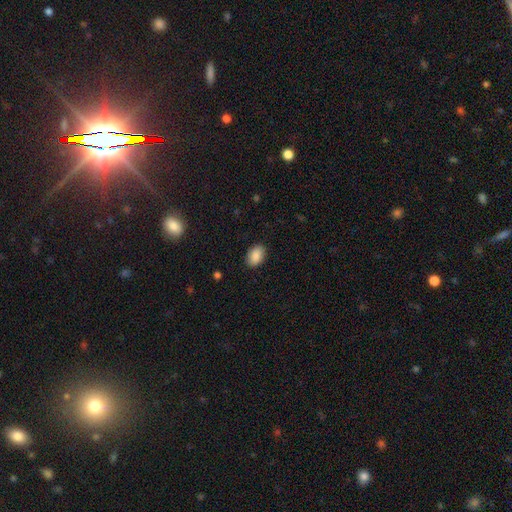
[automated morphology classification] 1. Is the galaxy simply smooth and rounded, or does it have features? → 89% smooth, 7% star or artifact, 4% featured or disk.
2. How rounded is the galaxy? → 86% in between, 13% round, 1% cigar-shaped.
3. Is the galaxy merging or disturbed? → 88% none, 9% minor disturbance, 2% major disturbance, 1% merger.